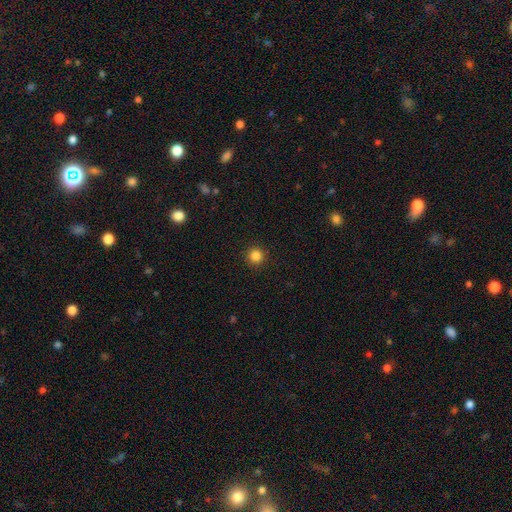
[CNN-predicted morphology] Smooth or featured? Predicted: smooth (p=0.85). How rounded? Predicted: round (p=0.95). Merging? Predicted: none (p=0.93).